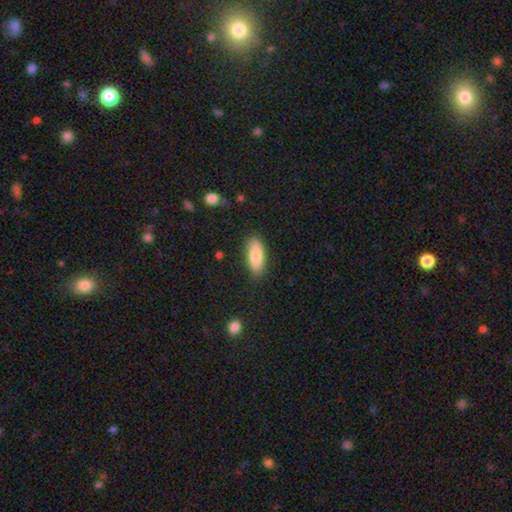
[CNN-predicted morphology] A smooth galaxy with no disk features (83%) that is in between round and cigar-shaped (78%).

Vote fractions:
- Smooth or featured? smooth: 83% / featured or disk: 10% / star or artifact: 6%
- How rounded? in between: 78% / cigar-shaped: 20% / round: 2%
- Merging? none: 85% / minor disturbance: 11% / major disturbance: 3% / merger: 2%